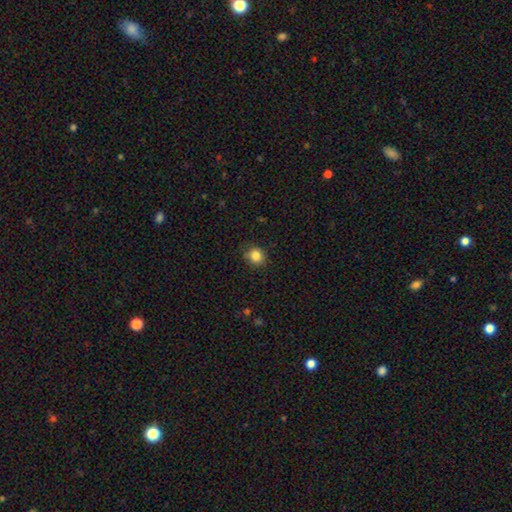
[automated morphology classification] smooth-or-featured: smooth: 84% | star or artifact: 11% | featured or disk: 5%
  how-rounded: round: 84% | in between: 16% | cigar-shaped: 1%
  merging: none: 82% | minor disturbance: 14% | major disturbance: 3% | merger: 1%